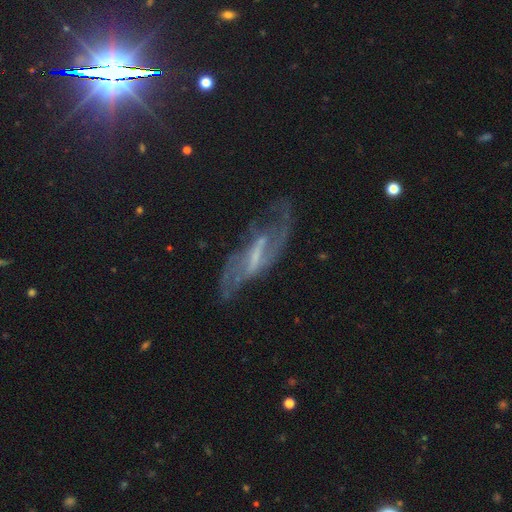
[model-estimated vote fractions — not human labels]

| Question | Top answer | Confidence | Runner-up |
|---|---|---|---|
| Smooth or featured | featured or disk | 80% | smooth (11%) |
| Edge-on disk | no | 84% | yes (16%) |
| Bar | strong | 47% | weak (39%) |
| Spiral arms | yes | 87% | no (13%) |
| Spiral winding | medium | 44% | loose (38%) |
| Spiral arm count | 2 | 75% | can't tell (14%) |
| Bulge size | small | 39% | none (33%) |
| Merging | none | 61% | minor disturbance (19%) |